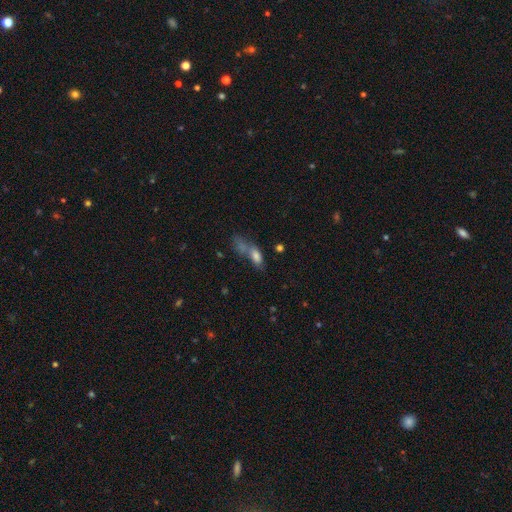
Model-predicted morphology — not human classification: Smooth or featured?
  - smooth: 72% *
  - featured or disk: 16%
  - star or artifact: 12%
How rounded?
  - in between: 73% *
  - cigar-shaped: 21%
  - round: 6%
Merging?
  - merger: 49% *
  - none: 24%
  - major disturbance: 14%
  - minor disturbance: 13%